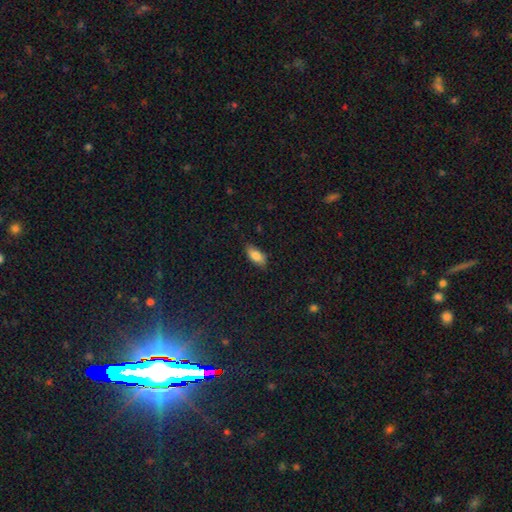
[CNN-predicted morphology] Smooth or featured? smooth (83%)
How rounded? in between (88%)
Merging? none (82%)